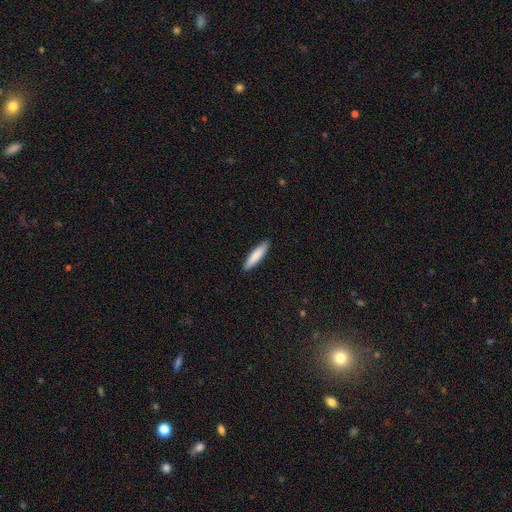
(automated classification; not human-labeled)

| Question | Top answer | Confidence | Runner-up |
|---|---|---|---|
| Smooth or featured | smooth | 85% | featured or disk (9%) |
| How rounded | cigar-shaped | 84% | in between (15%) |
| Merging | none | 91% | minor disturbance (7%) |